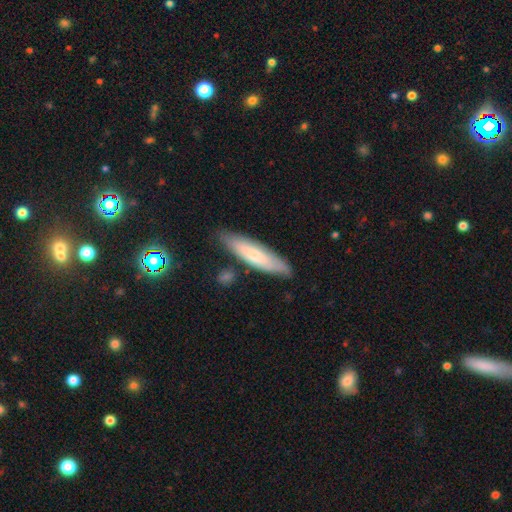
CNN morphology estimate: Overall: smooth (61%; featured or disk 33%). How rounded: cigar-shaped (75%). Merging: none (81%).